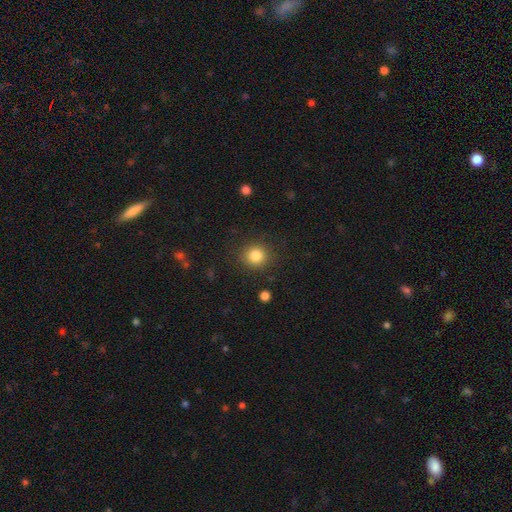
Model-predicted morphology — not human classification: Overall: smooth (84%). How rounded: round (88%). Merging: none (88%).